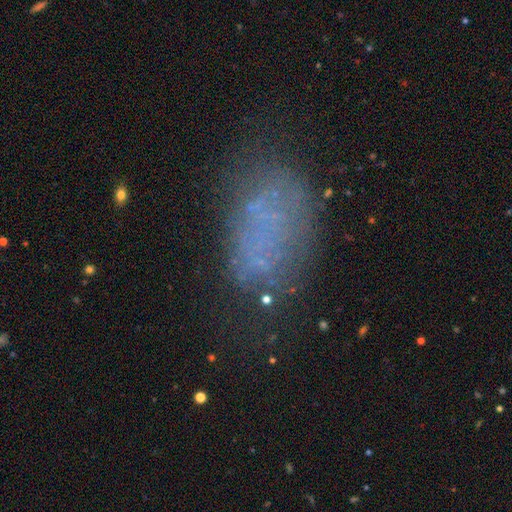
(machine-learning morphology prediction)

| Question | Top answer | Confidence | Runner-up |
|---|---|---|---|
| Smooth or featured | smooth | 50% | featured or disk (32%) |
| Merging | none | 60% | minor disturbance (19%) |